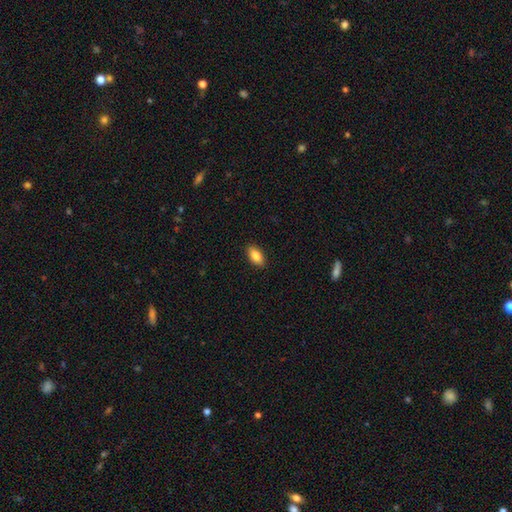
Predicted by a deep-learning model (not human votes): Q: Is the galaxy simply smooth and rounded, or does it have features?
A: smooth — 86%.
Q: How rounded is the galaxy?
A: in between — 91%.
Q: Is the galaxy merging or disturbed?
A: none — 89%.